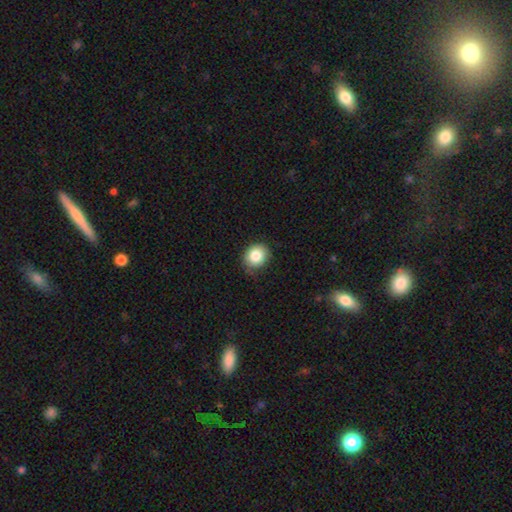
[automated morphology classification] This is clearly a smooth galaxy (84%). How rounded: likely round (76%). Merging: likely none (78%).